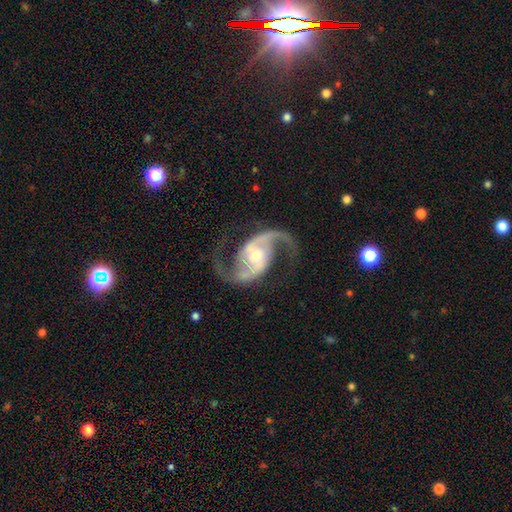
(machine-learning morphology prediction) A featured or disk galaxy (94%) with no bar (40%), 2 (95%) medium (49%) spiral arms (98%) and a moderate central bulge (48%). Merging: none (80%).